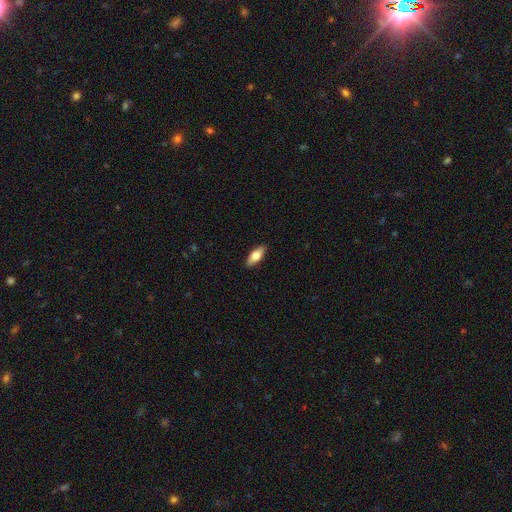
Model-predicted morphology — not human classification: Overall: smooth (72%). How rounded: in between (75%). Merging: none (89%).